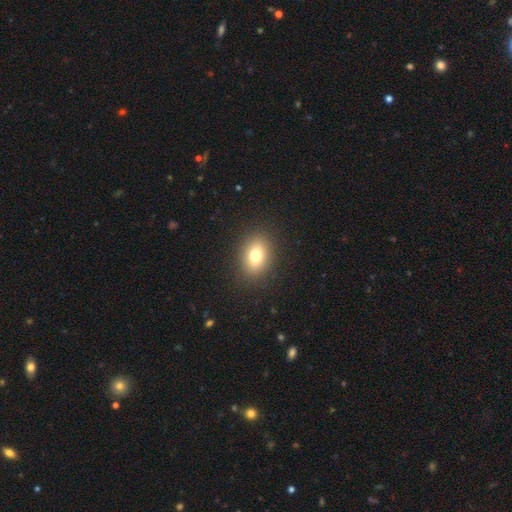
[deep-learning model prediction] smooth 77%, star or artifact 12%, featured or disk 11%. Down the decision tree: how rounded — in between (71%); merging — none (88%).